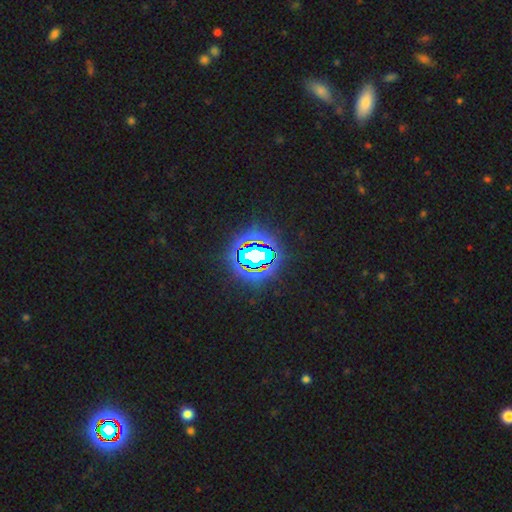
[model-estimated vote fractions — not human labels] Q: Smooth or featured?
A: star or artifact (72%); runner-up: smooth (15%)